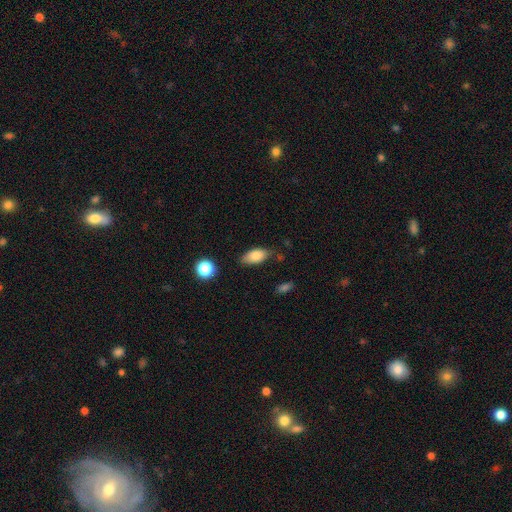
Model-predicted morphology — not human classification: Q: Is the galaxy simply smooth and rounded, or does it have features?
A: smooth — 82%.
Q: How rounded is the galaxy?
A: in between — 91%.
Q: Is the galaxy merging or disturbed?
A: none — 73%.